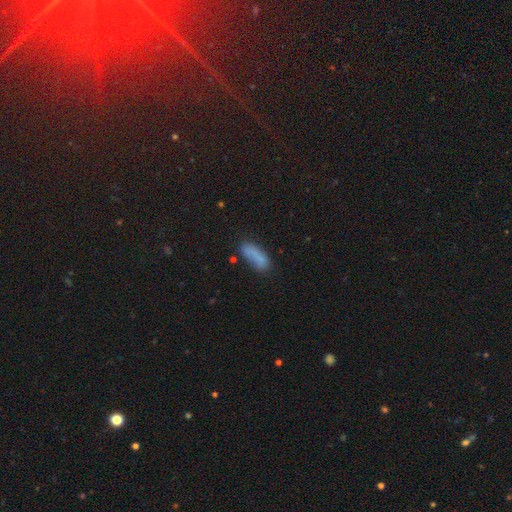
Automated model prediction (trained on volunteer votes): smooth 79%, featured or disk 12%, star or artifact 10%. Down the decision tree: how rounded — in between (61%); merging — none (62%).